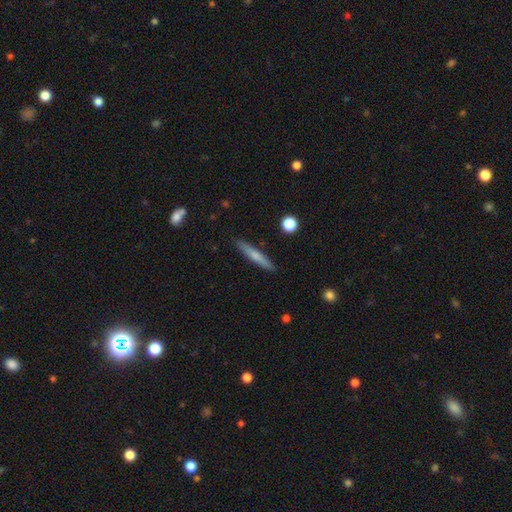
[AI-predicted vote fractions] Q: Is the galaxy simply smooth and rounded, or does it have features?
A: smooth — 62%.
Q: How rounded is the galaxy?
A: cigar-shaped — 93%.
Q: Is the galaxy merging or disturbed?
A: none — 90%.